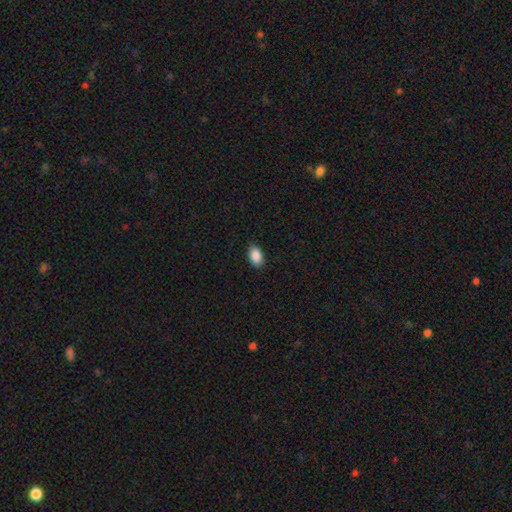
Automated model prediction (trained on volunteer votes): smooth-or-featured: smooth: 89% | star or artifact: 7% | featured or disk: 3%
  how-rounded: in between: 90% | round: 8% | cigar-shaped: 1%
  merging: none: 86% | minor disturbance: 11% | major disturbance: 2% | merger: 1%